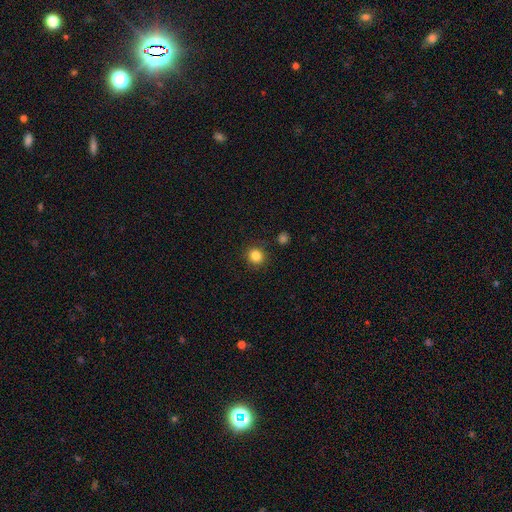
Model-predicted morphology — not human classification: Smooth or featured? Predicted: smooth (p=0.84). How rounded? Predicted: round (p=0.90). Merging? Predicted: none (p=0.89).